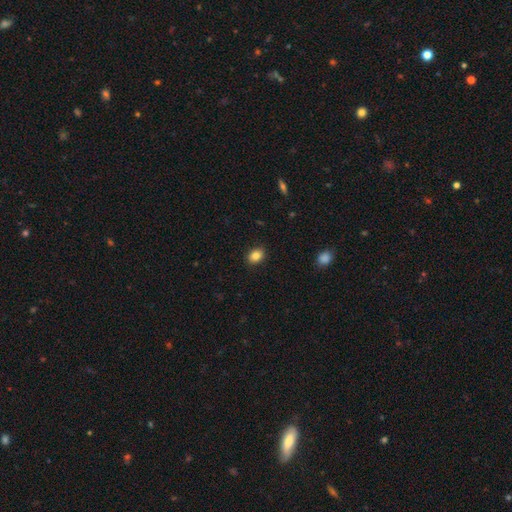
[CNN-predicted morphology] Overall: smooth (85%). How rounded: in between (60%; round 39%). Merging: none (89%).